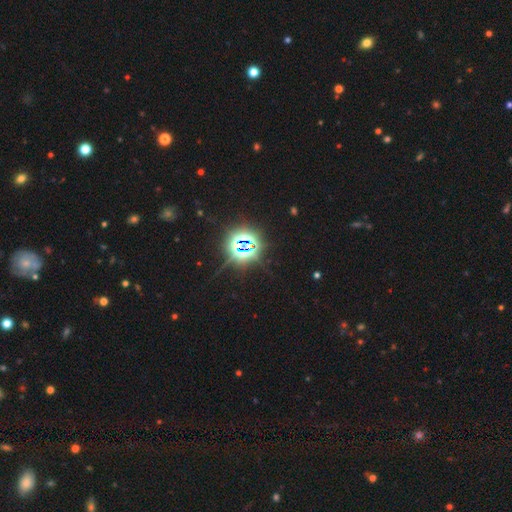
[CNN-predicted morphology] star or artifact 84%, smooth 10%, featured or disk 6%.